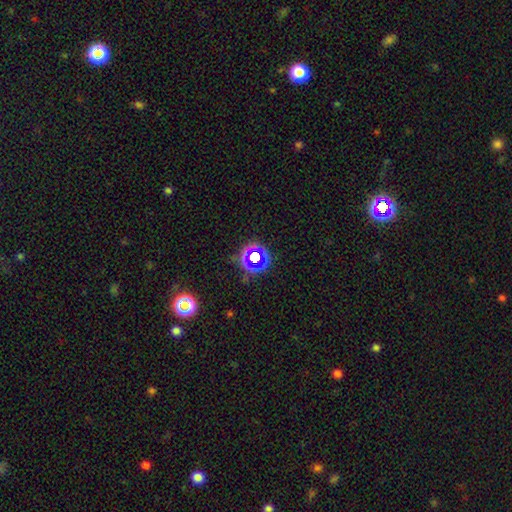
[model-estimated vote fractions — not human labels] This appears to be a star or artifact, not a galaxy (61%).